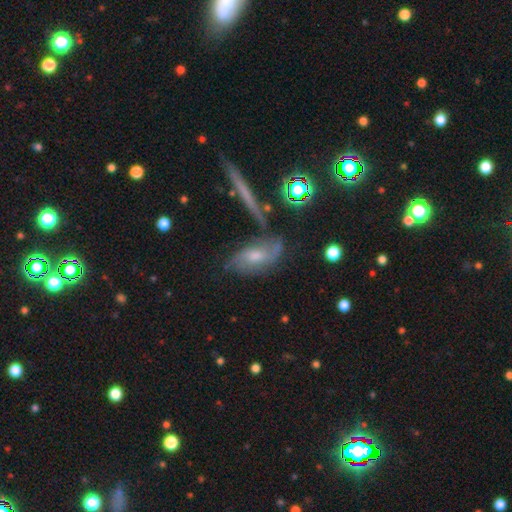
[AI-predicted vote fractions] This appears to be a featured or disk galaxy (53%). Merging: none (58%).